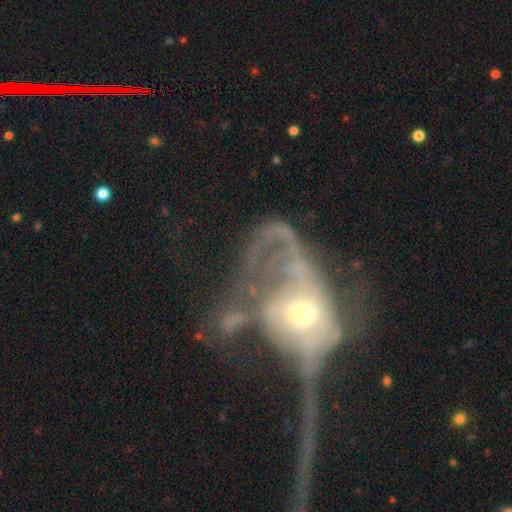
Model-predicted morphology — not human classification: Q: Smooth or featured?
A: featured or disk (68%); runner-up: smooth (21%)
Q: Edge-on disk?
A: no (95%); runner-up: yes (5%)
Q: Bar?
A: no (74%); runner-up: weak (19%)
Q: Spiral arms?
A: yes (51%); runner-up: no (49%)
Q: Bulge size?
A: moderate (48%); runner-up: small (44%)
Q: Merging?
A: major disturbance (51%); runner-up: merger (32%)